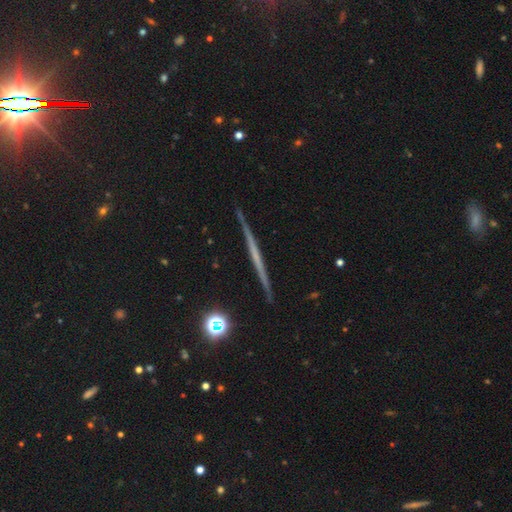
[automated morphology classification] Smooth or featured?
  - featured or disk: 66% *
  - smooth: 26%
  - star or artifact: 8%
Edge-on disk?
  - yes: 98% *
  - no: 2%
Edge-on bulge?
  - none: 87% *
  - rounded: 8%
  - boxy: 4%
Merging?
  - none: 92% *
  - minor disturbance: 6%
  - major disturbance: 1%
  - merger: 1%